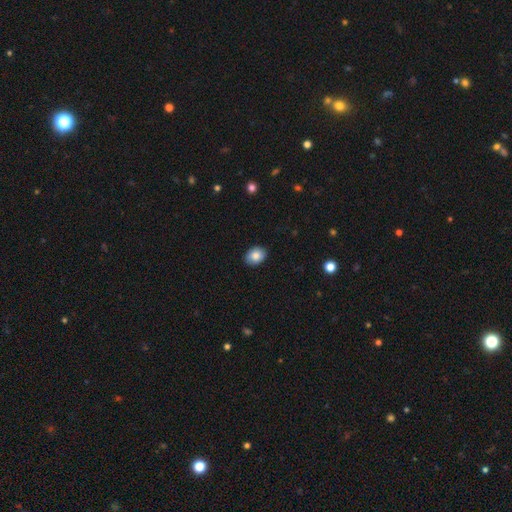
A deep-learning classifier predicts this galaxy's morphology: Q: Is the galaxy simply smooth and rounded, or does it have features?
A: smooth — 86%.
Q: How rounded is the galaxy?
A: in between — 71%.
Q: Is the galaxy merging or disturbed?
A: none — 90%.